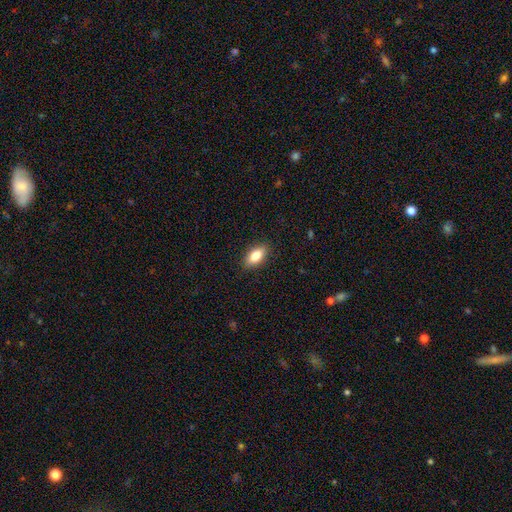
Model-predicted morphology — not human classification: Overall: smooth (83%). How rounded: in between (88%). Merging: none (87%).